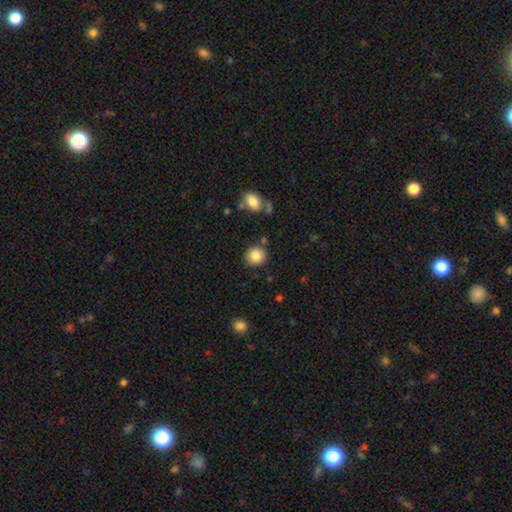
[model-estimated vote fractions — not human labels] This appears to be a smooth galaxy with no disk features (85%) that is round (88%). Merging: none (85%).